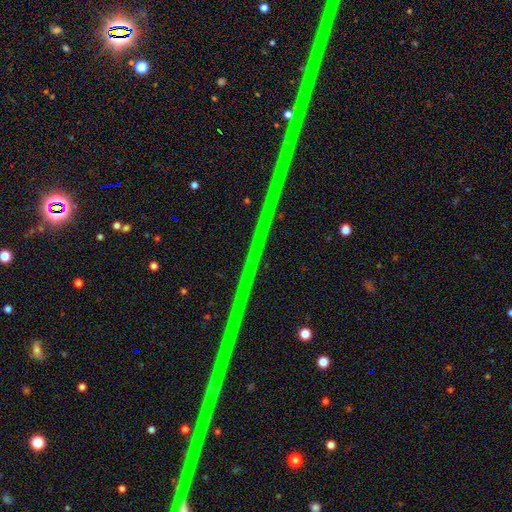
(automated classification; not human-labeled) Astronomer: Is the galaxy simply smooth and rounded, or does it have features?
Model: star or artifact — 77%.